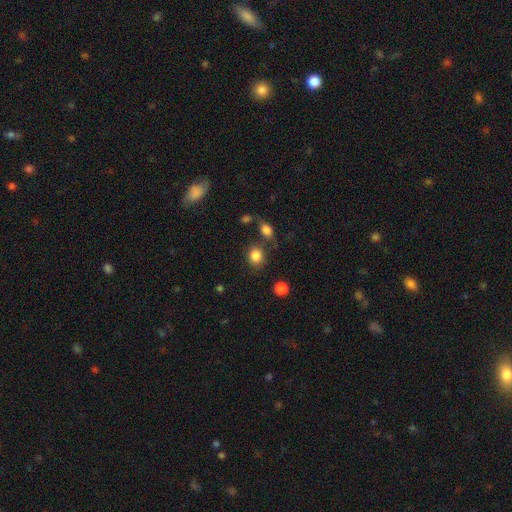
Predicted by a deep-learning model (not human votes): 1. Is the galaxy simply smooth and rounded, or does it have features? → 84% smooth, 10% star or artifact, 6% featured or disk.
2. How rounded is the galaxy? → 67% round, 32% in between, 1% cigar-shaped.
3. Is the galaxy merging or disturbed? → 72% none, 13% minor disturbance, 9% merger, 5% major disturbance.